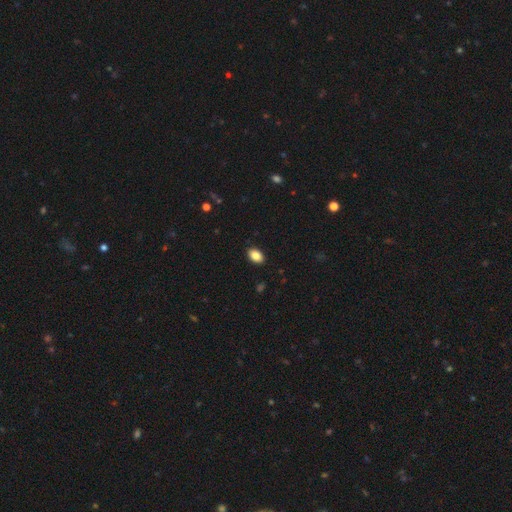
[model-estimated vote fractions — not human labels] A smooth galaxy with no disk features (86%) that is in between round and cigar-shaped (86%). Merging: none (90%).